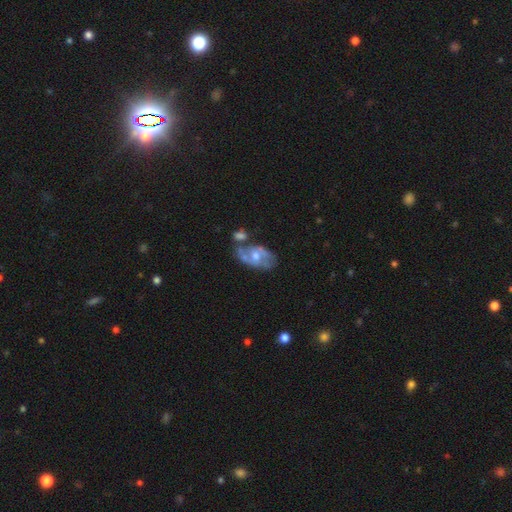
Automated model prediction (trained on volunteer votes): Smooth or featured? Predicted: featured or disk (p=0.67). Edge-on disk? Predicted: no (p=0.94). Bar? Predicted: no (p=0.60). Spiral arms? Predicted: yes (p=0.62). Bulge size? Predicted: moderate (p=0.66). Merging? Predicted: none (p=0.42).